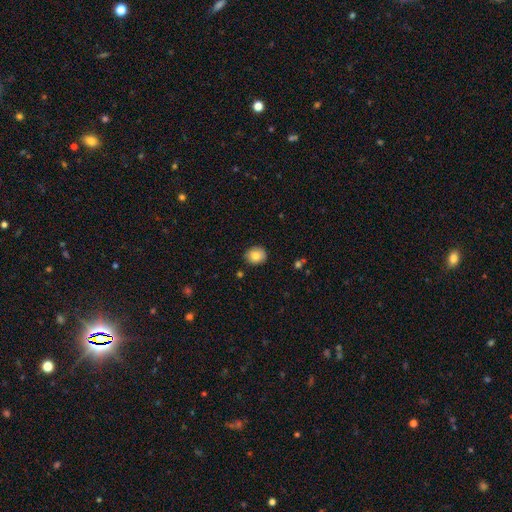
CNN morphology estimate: Q: Smooth or featured?
A: smooth (83%); runner-up: featured or disk (9%)
Q: How rounded?
A: round (74%); runner-up: in between (25%)
Q: Merging?
A: none (85%); runner-up: minor disturbance (12%)